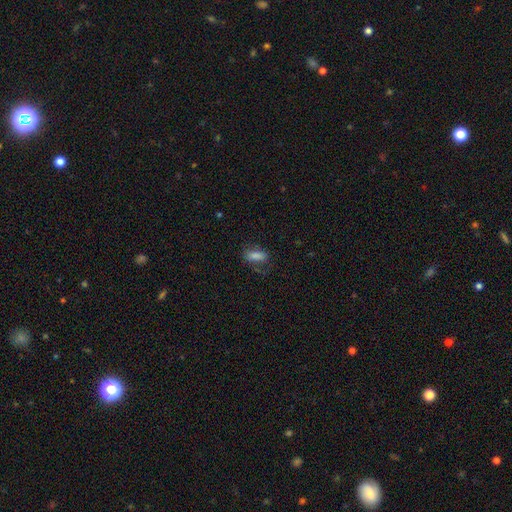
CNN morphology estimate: Q: Smooth or featured?
A: smooth (78%); runner-up: featured or disk (13%)
Q: How rounded?
A: in between (78%); runner-up: cigar-shaped (18%)
Q: Merging?
A: none (63%); runner-up: minor disturbance (22%)